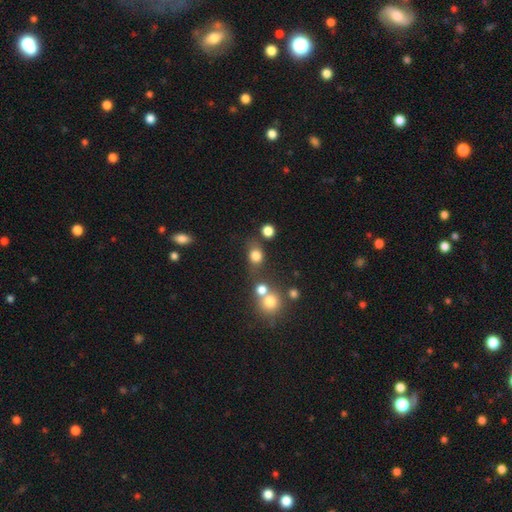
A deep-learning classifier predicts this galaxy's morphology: smooth-or-featured: smooth: 78% | star or artifact: 14% | featured or disk: 8%
  how-rounded: round: 65% | in between: 33% | cigar-shaped: 2%
  merging: none: 58% | merger: 18% | minor disturbance: 16% | major disturbance: 8%